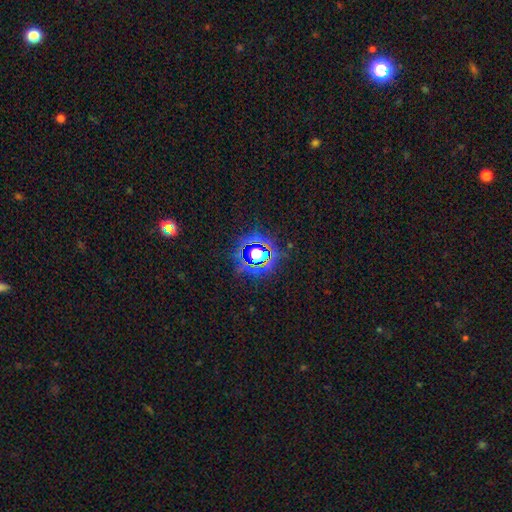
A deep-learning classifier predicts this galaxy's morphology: smooth_or_featured: star or artifact (p=0.79) [alt: smooth p=0.13]